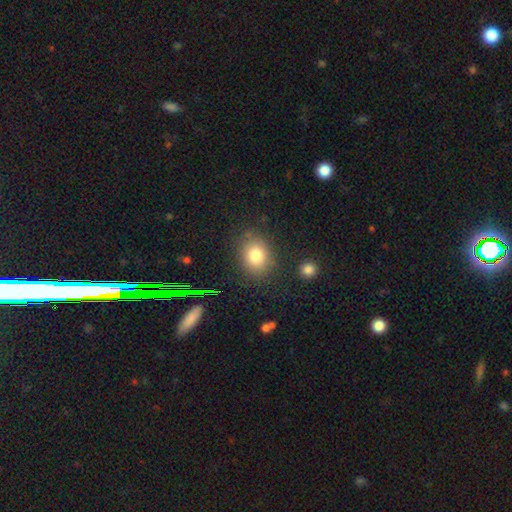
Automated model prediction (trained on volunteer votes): The model was most divided on "how rounded": in between: 50%, round: 49%, cigar-shaped: 1%. More confident: merging — none (82%); smooth or featured — smooth (79%).